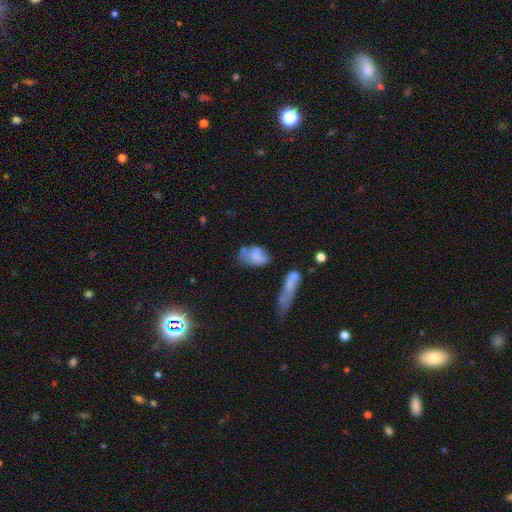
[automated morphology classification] Q: Smooth or featured?
A: smooth (65%); runner-up: featured or disk (26%)
Q: How rounded?
A: in between (88%); runner-up: round (7%)
Q: Merging?
A: none (34%); runner-up: minor disturbance (27%)